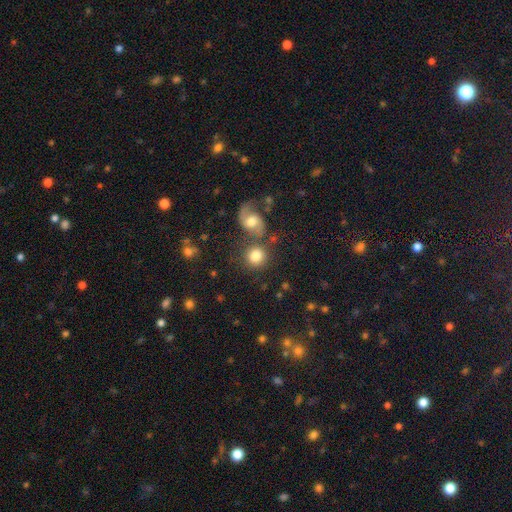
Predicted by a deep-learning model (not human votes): smooth-or-featured: smooth: 77% | featured or disk: 14% | star or artifact: 9%
  how-rounded: round: 84% | in between: 15% | cigar-shaped: 1%
  merging: none: 63% | merger: 21% | minor disturbance: 10% | major disturbance: 5%